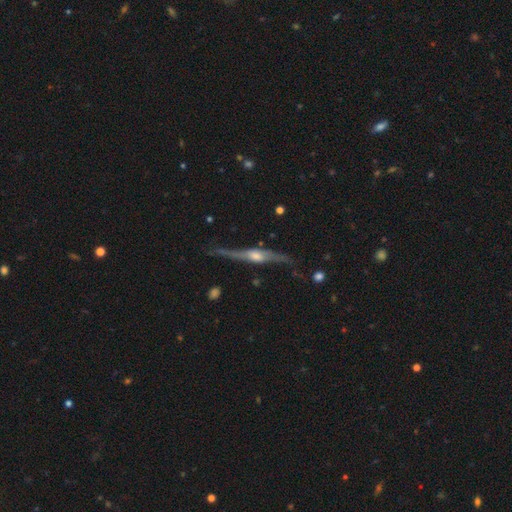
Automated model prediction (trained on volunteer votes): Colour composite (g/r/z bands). It shows a featured or disk galaxy (82%) viewed edge-on (91%) with a rounded central bulge (79%). Merging: none (71%).